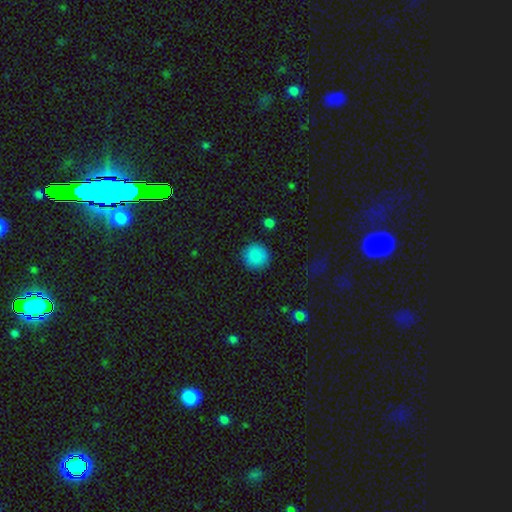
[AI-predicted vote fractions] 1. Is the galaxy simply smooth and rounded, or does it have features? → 88% smooth, 9% star or artifact, 3% featured or disk.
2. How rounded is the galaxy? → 94% round, 6% in between, 1% cigar-shaped.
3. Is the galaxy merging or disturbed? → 90% none, 6% minor disturbance, 2% major disturbance, 1% merger.